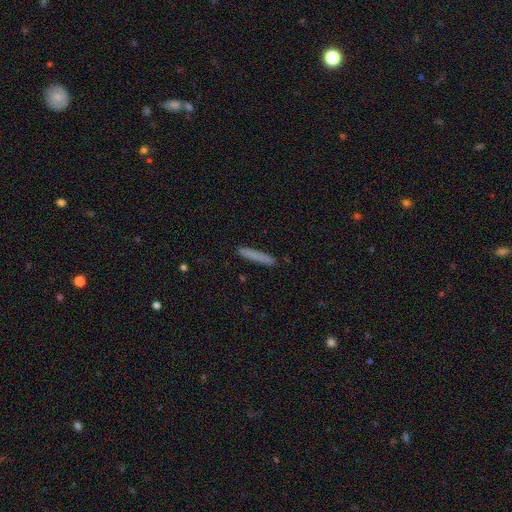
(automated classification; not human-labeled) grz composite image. It shows a smooth galaxy with no disk features (78%) that is cigar-shaped (96%). Merging: none (90%).